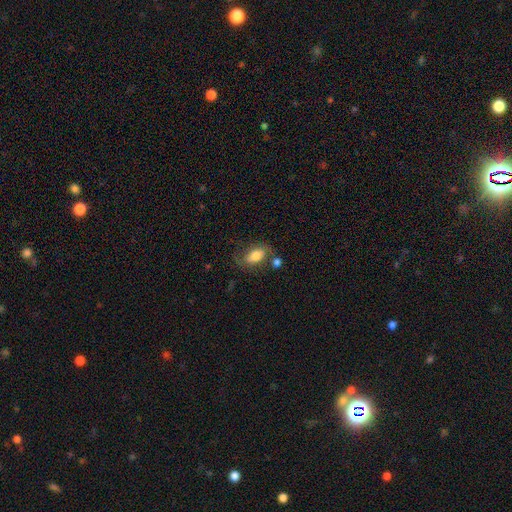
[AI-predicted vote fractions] A smooth galaxy with no disk features (67%) that is in between round and cigar-shaped (89%).

Vote fractions:
- Smooth or featured? smooth: 67% / featured or disk: 25% / star or artifact: 8%
- How rounded? in between: 89% / round: 9% / cigar-shaped: 3%
- Merging? none: 56% / minor disturbance: 20% / merger: 12% / major disturbance: 11%